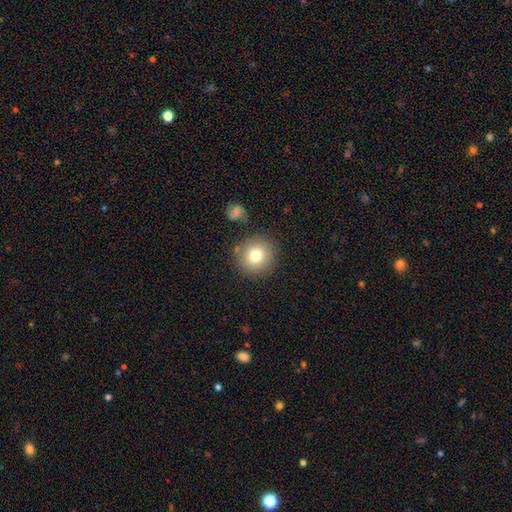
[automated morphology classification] Smooth or featured? smooth (78%)
How rounded? round (92%)
Merging? none (83%)